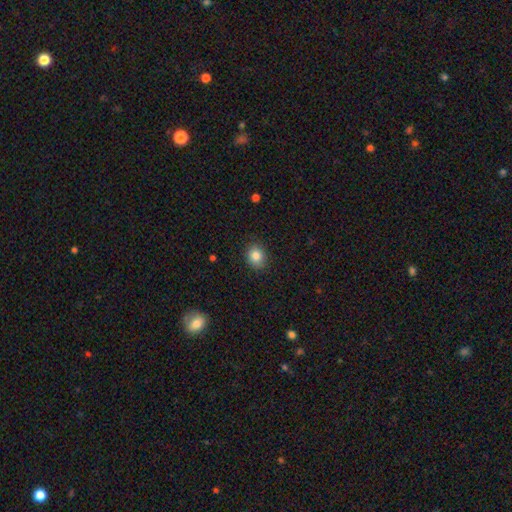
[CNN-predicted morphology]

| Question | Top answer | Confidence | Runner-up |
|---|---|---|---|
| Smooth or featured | smooth | 84% | star or artifact (10%) |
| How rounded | round | 66% | in between (33%) |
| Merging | none | 87% | minor disturbance (9%) |